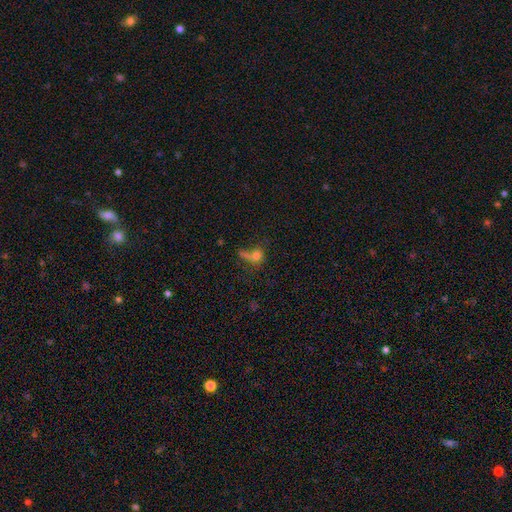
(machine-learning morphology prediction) smooth 62%, featured or disk 19%, star or artifact 18%. Down the decision tree: how rounded — round (67%); merging — none (32%).